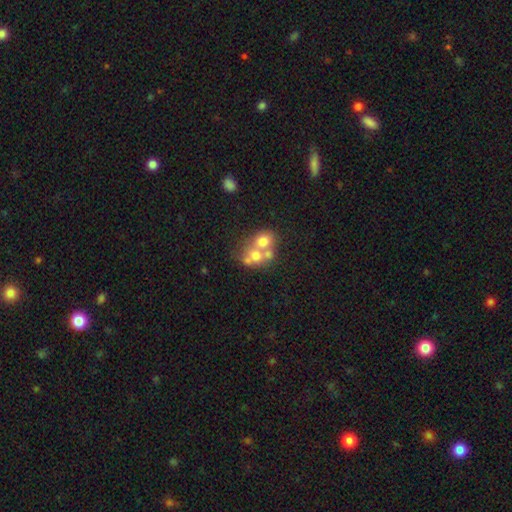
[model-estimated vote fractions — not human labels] Smooth or featured? Predicted: smooth (p=0.57). How rounded? Predicted: round (p=0.68). Merging? Predicted: merger (p=0.62).